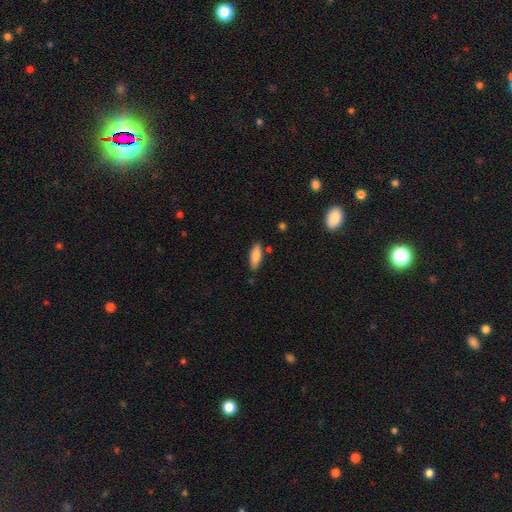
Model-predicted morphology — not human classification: smooth-or-featured: smooth: 82% | featured or disk: 11% | star or artifact: 6%
  how-rounded: in between: 63% | cigar-shaped: 35% | round: 2%
  merging: none: 82% | minor disturbance: 12% | merger: 3% | major disturbance: 2%